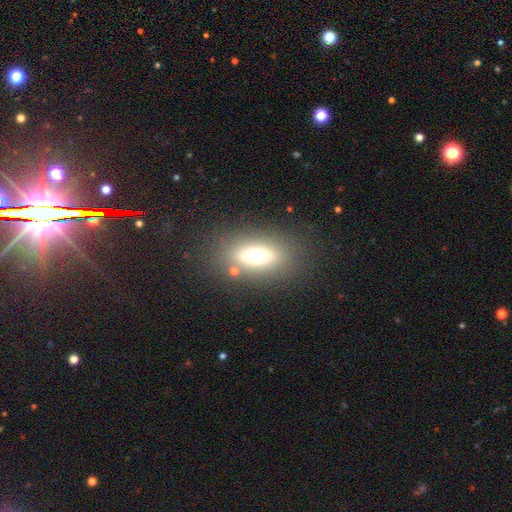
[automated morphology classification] Smooth or featured?
  - smooth: 65% *
  - featured or disk: 22%
  - star or artifact: 13%
How rounded?
  - in between: 76% *
  - cigar-shaped: 17%
  - round: 7%
Merging?
  - none: 81% *
  - minor disturbance: 10%
  - major disturbance: 5%
  - merger: 4%